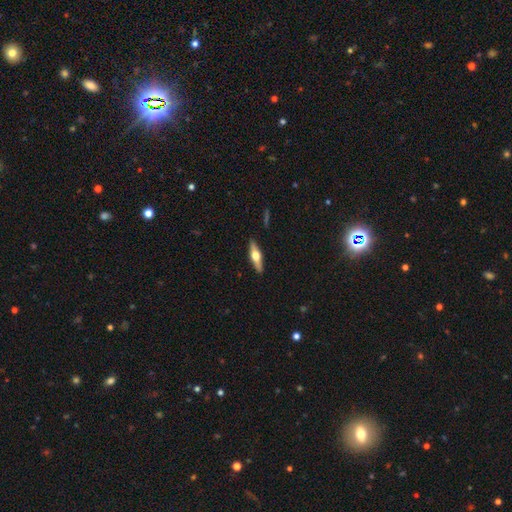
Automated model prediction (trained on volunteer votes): A featured or disk galaxy (65%) viewed edge-on (96%) with a rounded central bulge (95%).

Vote fractions:
- Smooth or featured? featured or disk: 65% / smooth: 30% / star or artifact: 6%
- Edge-on disk? yes: 96% / no: 4%
- Edge-on bulge? rounded: 95% / boxy: 3% / none: 2%
- Merging? none: 90% / minor disturbance: 7% / major disturbance: 2% / merger: 1%